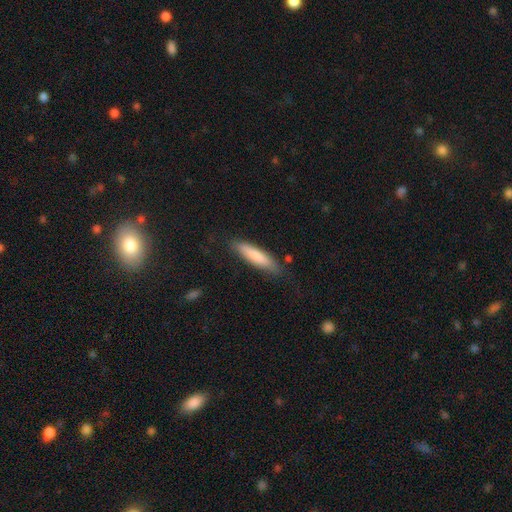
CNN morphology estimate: Smooth or featured: smooth — 79% (featured or disk — 16%)
How rounded: cigar-shaped — 78% (in between — 21%)
Merging: none — 79% (minor disturbance — 15%)